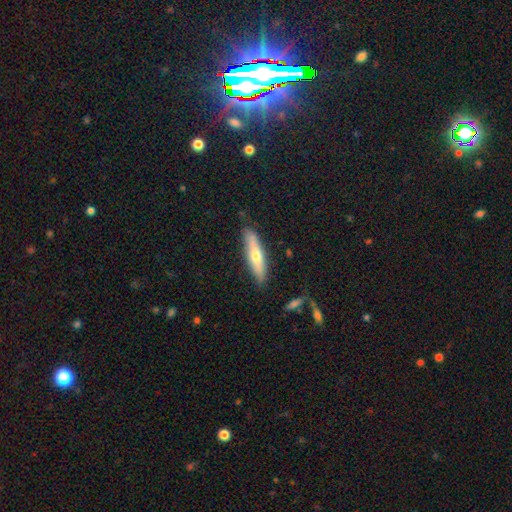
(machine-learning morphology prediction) A smooth galaxy with no disk features (54%) that is cigar-shaped (74%).

Vote fractions:
- Smooth or featured? smooth: 54% / featured or disk: 41% / star or artifact: 6%
- How rounded? cigar-shaped: 74% / in between: 24% / round: 2%
- Merging? none: 83% / minor disturbance: 13% / major disturbance: 2% / merger: 2%